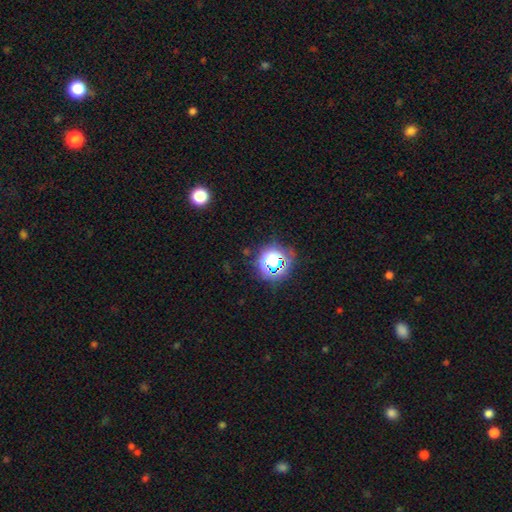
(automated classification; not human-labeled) smooth_or_featured: star or artifact (p=0.74) [alt: smooth p=0.19]